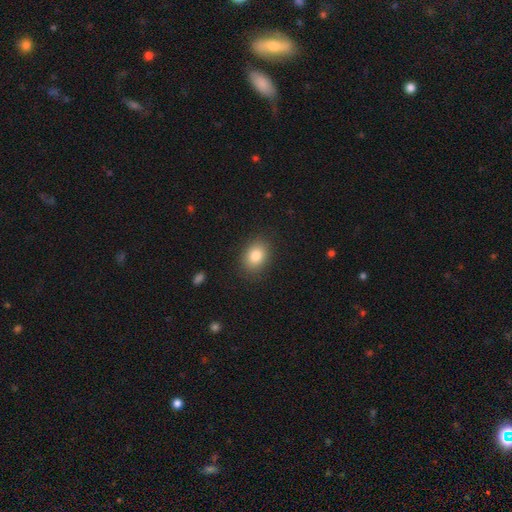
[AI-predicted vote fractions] smooth 84%, star or artifact 9%, featured or disk 8%. Down the decision tree: how rounded — in between (65%); merging — none (87%).